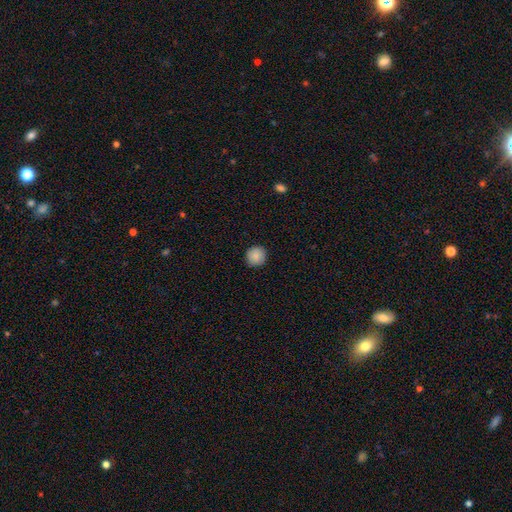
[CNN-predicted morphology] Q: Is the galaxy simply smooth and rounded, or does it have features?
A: smooth — 89%.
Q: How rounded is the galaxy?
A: round — 94%.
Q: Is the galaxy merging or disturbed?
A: none — 92%.